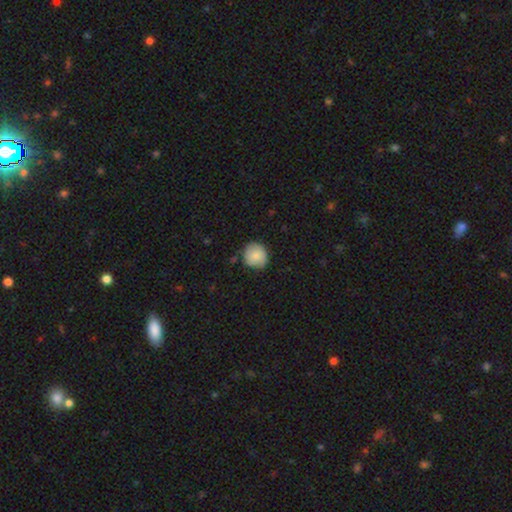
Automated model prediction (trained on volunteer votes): The model was most divided on "merging": none: 79%, minor disturbance: 16%, major disturbance: 3%, merger: 2%. More confident: how rounded — round (89%); smooth or featured — smooth (82%).